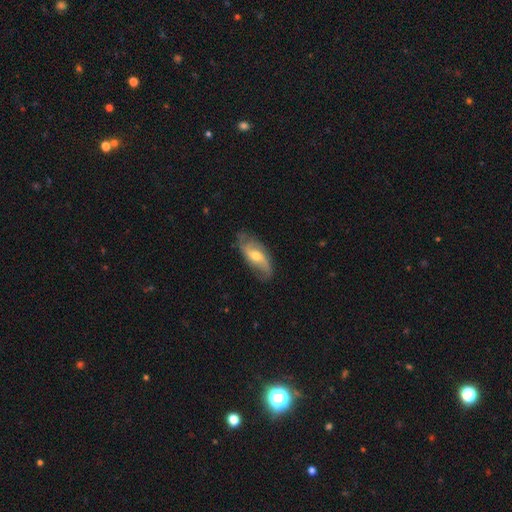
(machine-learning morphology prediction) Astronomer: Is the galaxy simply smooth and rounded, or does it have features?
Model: featured or disk — 70%.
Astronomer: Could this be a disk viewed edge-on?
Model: no — 88%.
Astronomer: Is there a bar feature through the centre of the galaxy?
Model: no — 47% (runner-up: weak, 40%).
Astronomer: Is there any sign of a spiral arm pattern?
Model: yes — 89%.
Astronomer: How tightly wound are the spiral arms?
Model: loose — 53% (runner-up: medium, 32%).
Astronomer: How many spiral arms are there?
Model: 2 — 77%.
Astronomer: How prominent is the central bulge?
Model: moderate — 62%.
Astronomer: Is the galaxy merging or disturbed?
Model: none — 73%.